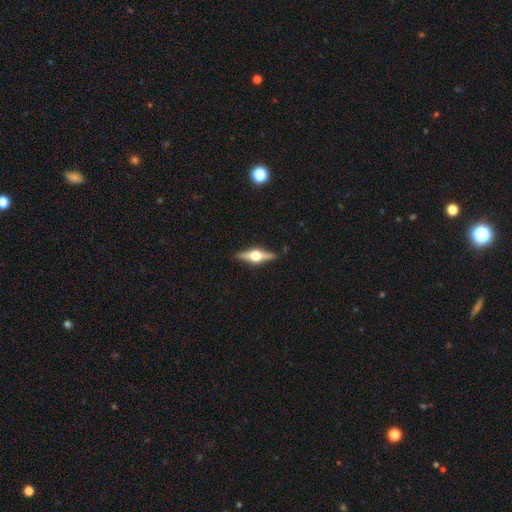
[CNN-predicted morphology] featured or disk 79%, smooth 15%, star or artifact 6%. Down the decision tree: edge-on disk — yes (98%); edge-on bulge — rounded (96%); merging — none (90%).